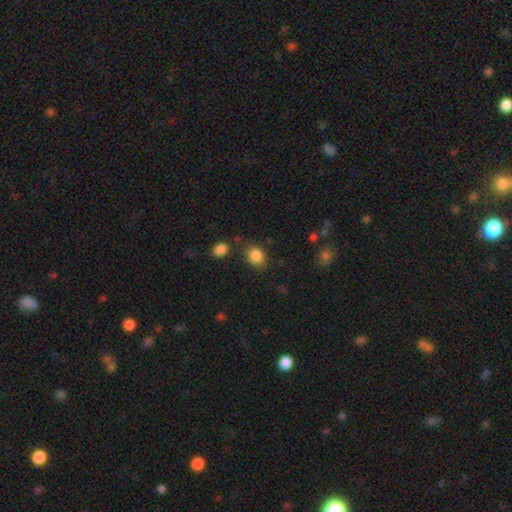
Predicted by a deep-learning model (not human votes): Smooth or featured? Predicted: smooth (p=0.87). How rounded? Predicted: round (p=0.62). Merging? Predicted: none (p=0.76).